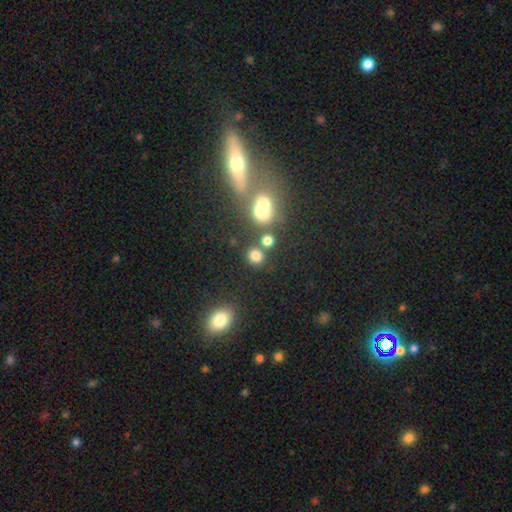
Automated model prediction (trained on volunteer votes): Overall: smooth (77%). How rounded: round (77%). Merging: none (69%).